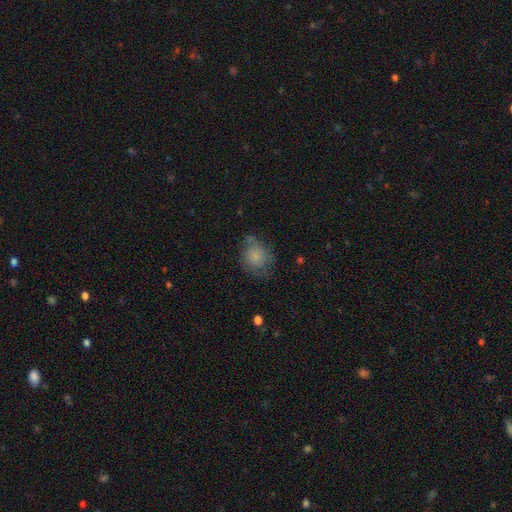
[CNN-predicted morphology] A smooth galaxy with no disk features (74%) that is round (72%). Merging: none (53%).